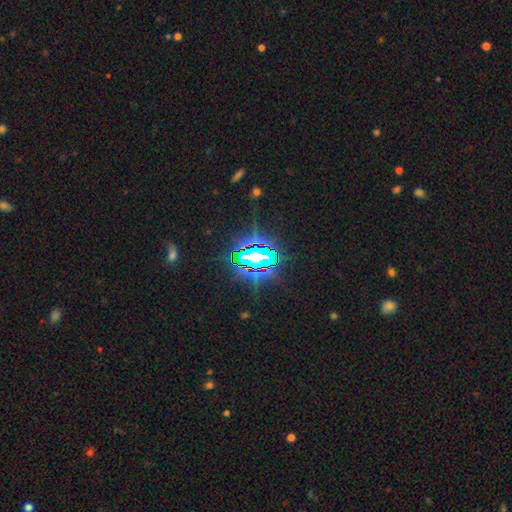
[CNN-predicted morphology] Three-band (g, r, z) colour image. It shows a star or artifact, not a galaxy (82%).